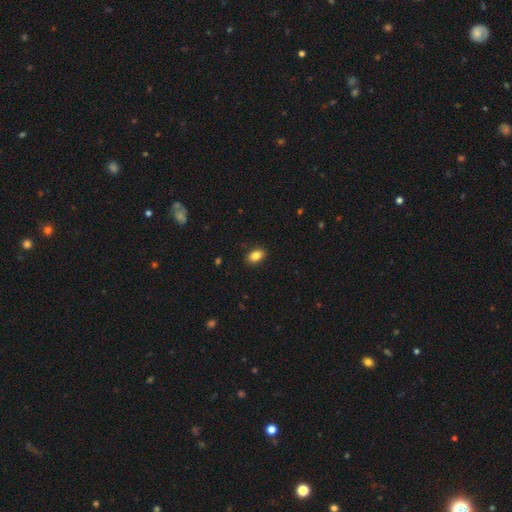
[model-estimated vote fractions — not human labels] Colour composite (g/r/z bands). It shows a smooth galaxy with no disk features (86%) that is in between round and cigar-shaped (87%). Merging: none (89%).